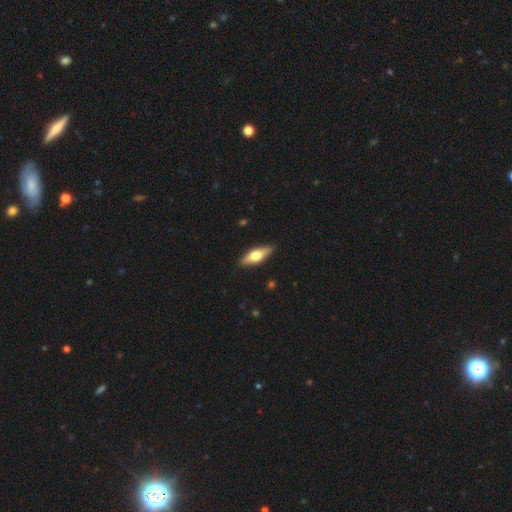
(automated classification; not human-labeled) The model was most divided on "smooth or featured": smooth: 53%, featured or disk: 41%, star or artifact: 6%. More confident: merging — none (88%); how rounded — in between (58%).